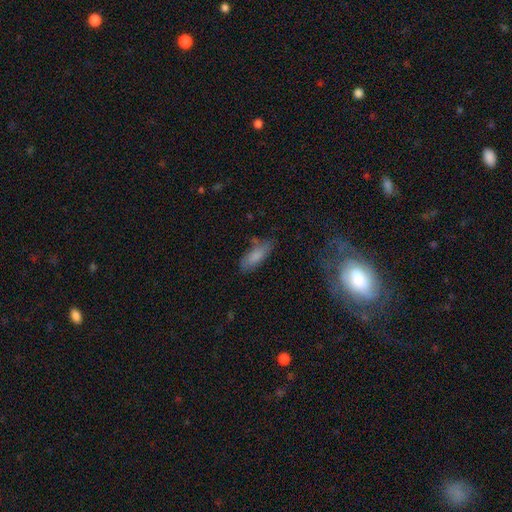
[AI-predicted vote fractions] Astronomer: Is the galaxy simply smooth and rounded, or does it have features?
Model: smooth — 81%.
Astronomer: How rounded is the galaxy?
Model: in between — 70%.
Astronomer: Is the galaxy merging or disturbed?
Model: none — 68%.